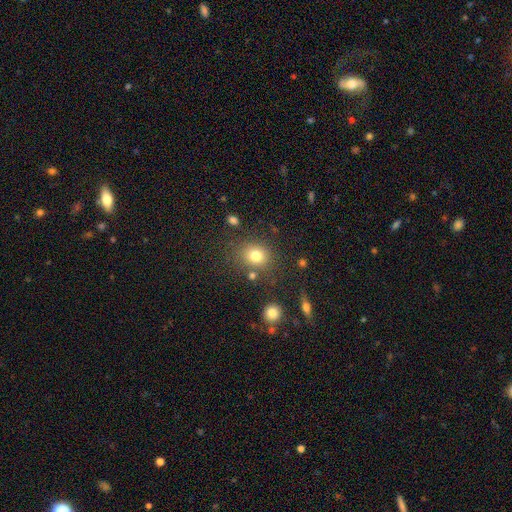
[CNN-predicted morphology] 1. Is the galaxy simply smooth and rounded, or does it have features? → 79% smooth, 13% star or artifact, 8% featured or disk.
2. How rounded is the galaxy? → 71% round, 28% in between, 1% cigar-shaped.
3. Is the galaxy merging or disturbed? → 76% none, 12% minor disturbance, 7% merger, 5% major disturbance.